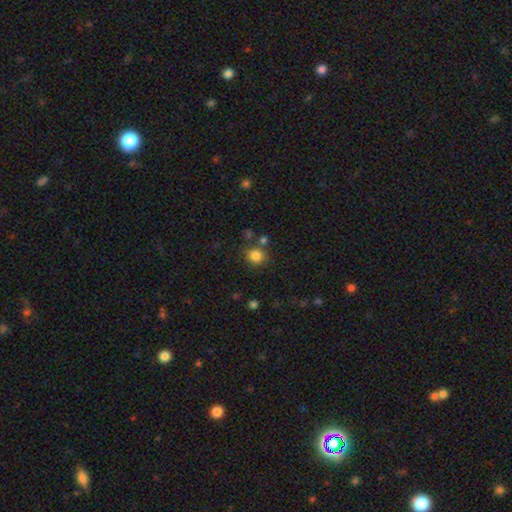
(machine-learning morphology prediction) This appears to be a smooth galaxy with no disk features (84%) that is round (83%). Merging: none (76%).